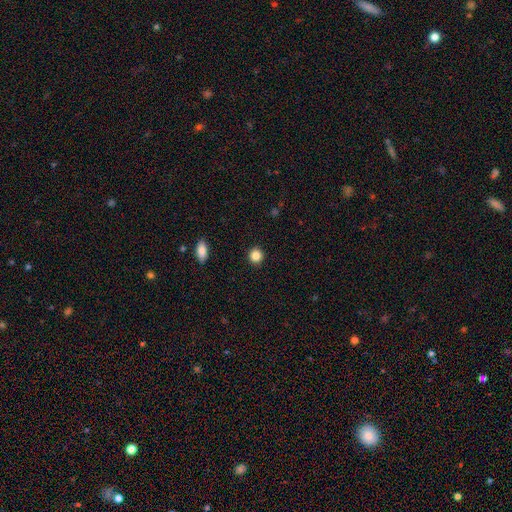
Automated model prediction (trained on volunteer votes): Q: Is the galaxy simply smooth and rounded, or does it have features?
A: smooth — 86%.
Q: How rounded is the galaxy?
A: round — 91%.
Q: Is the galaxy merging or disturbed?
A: none — 92%.